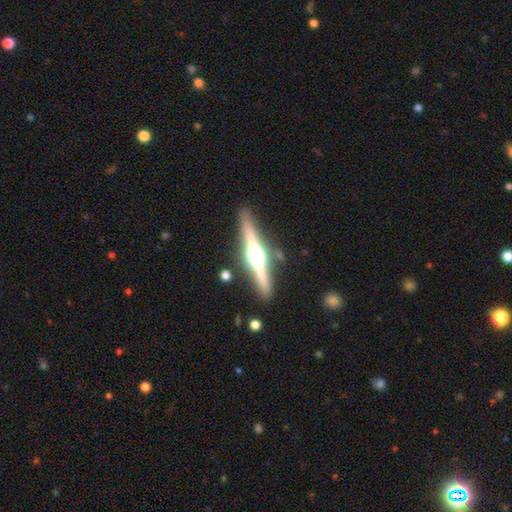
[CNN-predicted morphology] This is likely a featured or disk galaxy (80%). It is clearly viewed edge-on (97%). Edge-on bulge: clearly rounded (94%). Merging: clearly none (87%).